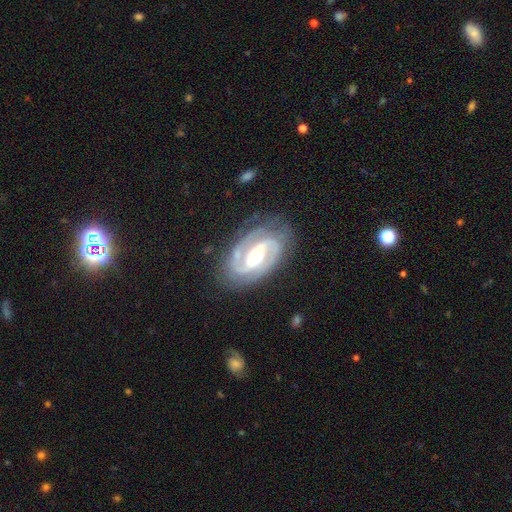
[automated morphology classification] Smooth or featured? featured or disk (91%)
Edge-on disk? no (97%)
Bar? strong (56%)
Spiral arms? yes (97%)
Spiral winding? medium (48%)
Spiral arm count? 2 (91%)
Bulge size? moderate (64%)
Merging? none (80%)